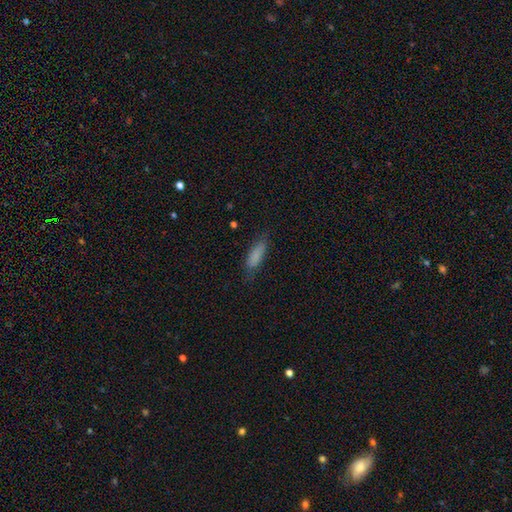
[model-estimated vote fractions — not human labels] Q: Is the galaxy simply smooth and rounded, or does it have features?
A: smooth — 83%.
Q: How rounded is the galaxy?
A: cigar-shaped — 50%.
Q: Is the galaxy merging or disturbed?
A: none — 72%.